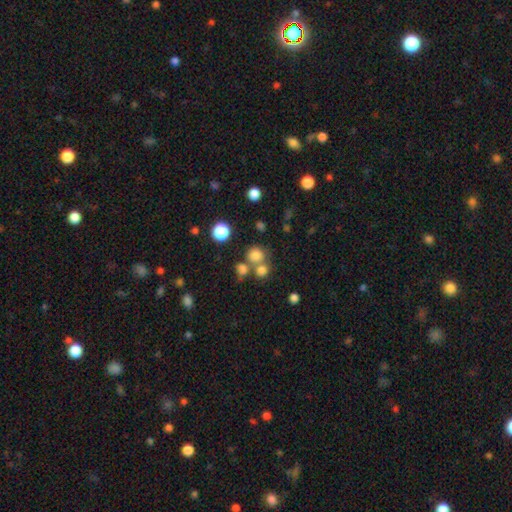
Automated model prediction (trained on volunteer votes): Morphology: type=smooth (75%); roundness=round (86%); merging=none (56%).